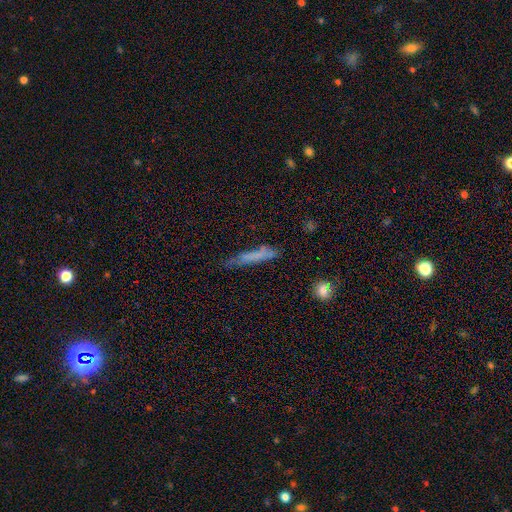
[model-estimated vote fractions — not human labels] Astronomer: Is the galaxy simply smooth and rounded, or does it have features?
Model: smooth — 64%.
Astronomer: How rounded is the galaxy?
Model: cigar-shaped — 91%.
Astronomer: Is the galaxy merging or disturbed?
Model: none — 57%.